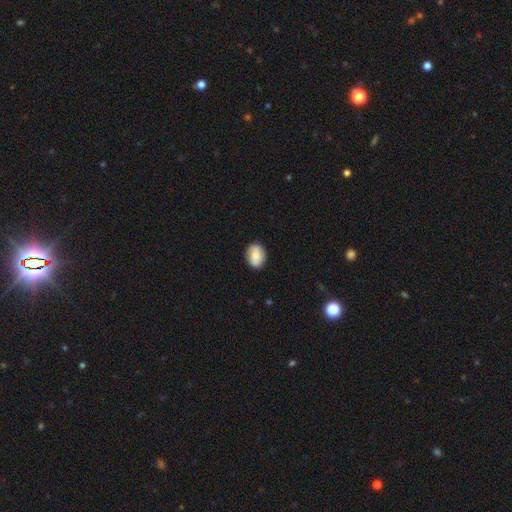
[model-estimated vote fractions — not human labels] Smooth or featured? smooth (77%)
How rounded? in between (59%)
Merging? none (84%)